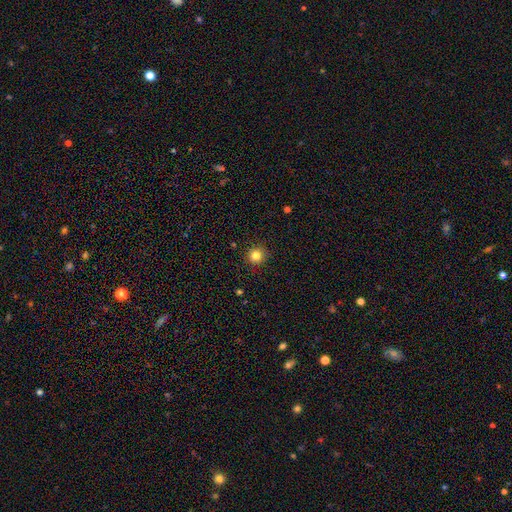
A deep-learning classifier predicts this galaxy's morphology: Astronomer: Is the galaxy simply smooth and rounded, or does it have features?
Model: smooth — 82%.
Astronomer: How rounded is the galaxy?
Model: round — 93%.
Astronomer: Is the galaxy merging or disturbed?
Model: none — 92%.